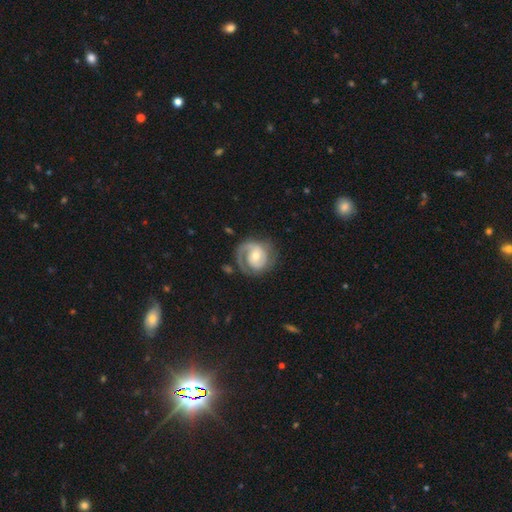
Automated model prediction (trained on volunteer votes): Smooth or featured? Predicted: featured or disk (p=0.82). Edge-on disk? Predicted: no (p=0.98). Bar? Predicted: no (p=0.58). Spiral arms? Predicted: yes (p=0.94). Spiral winding? Predicted: tight (p=0.56). Spiral arm count? Predicted: 2 (p=0.45). Bulge size? Predicted: moderate (p=0.59). Merging? Predicted: none (p=0.67).